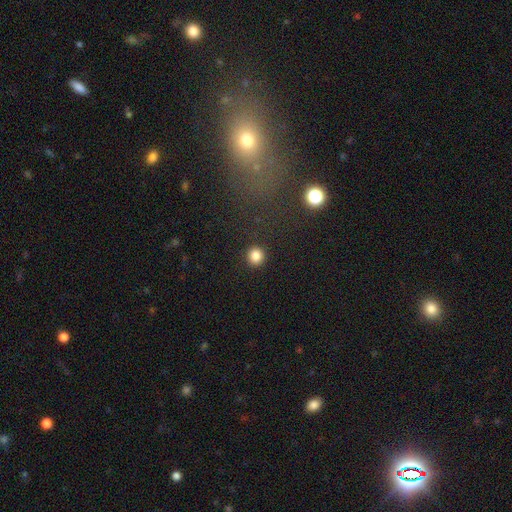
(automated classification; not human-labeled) A smooth galaxy with no disk features (85%) that is round (93%). Merging: none (92%).